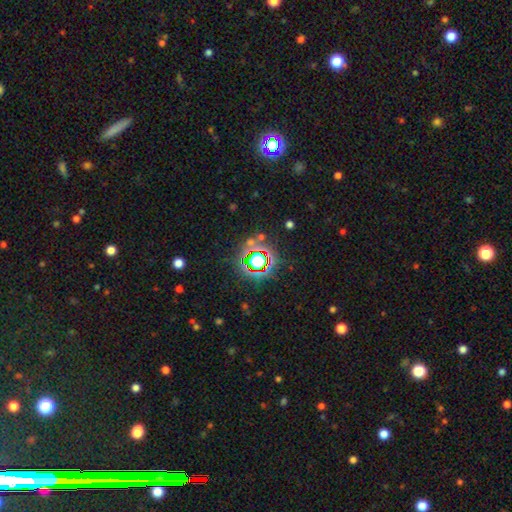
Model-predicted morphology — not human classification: type=star or artifact (74%).